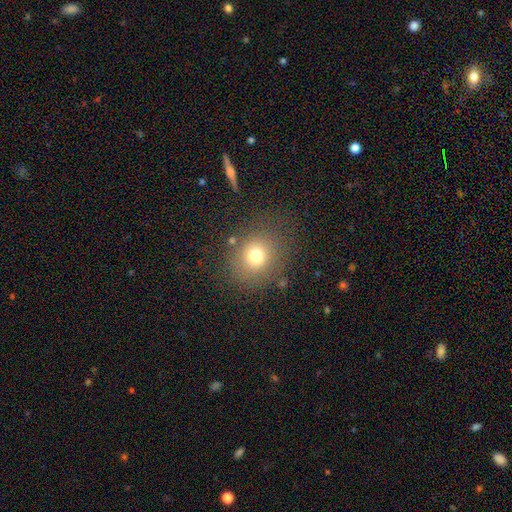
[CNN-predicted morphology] Overall: smooth (73%). How rounded: round (76%). Merging: none (78%).